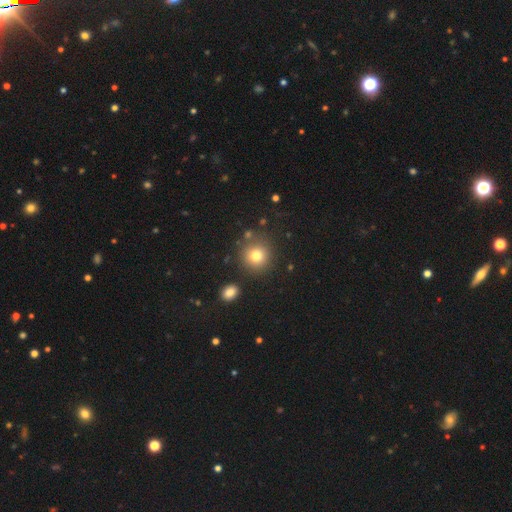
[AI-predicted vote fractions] smooth-or-featured: smooth: 78% | star or artifact: 13% | featured or disk: 9%
  how-rounded: round: 92% | in between: 7% | cigar-shaped: 1%
  merging: none: 84% | minor disturbance: 8% | merger: 5% | major disturbance: 3%